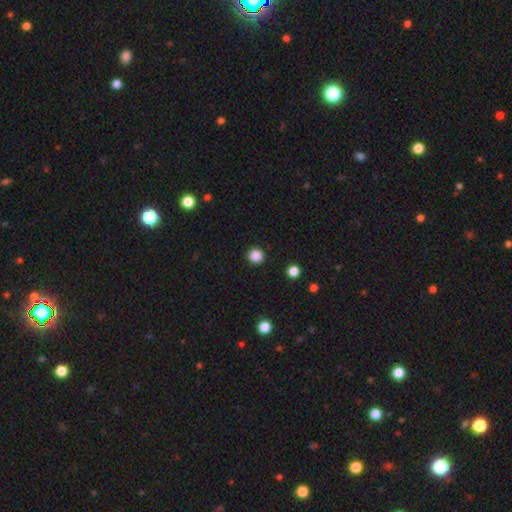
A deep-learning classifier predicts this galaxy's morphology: Smooth or featured?
  - smooth: 86% *
  - star or artifact: 11%
  - featured or disk: 2%
How rounded?
  - round: 95% *
  - in between: 4%
  - cigar-shaped: 1%
Merging?
  - none: 92% *
  - minor disturbance: 5%
  - major disturbance: 2%
  - merger: 1%